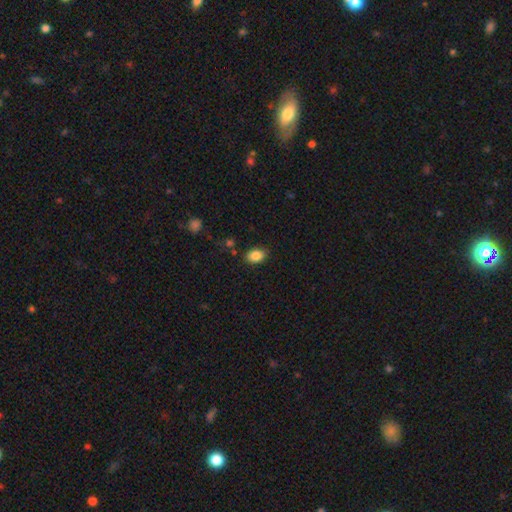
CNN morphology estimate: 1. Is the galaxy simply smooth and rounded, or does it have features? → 86% smooth, 9% star or artifact, 5% featured or disk.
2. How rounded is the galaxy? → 80% in between, 19% round, 1% cigar-shaped.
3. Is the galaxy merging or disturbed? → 84% none, 11% minor disturbance, 3% major disturbance, 2% merger.